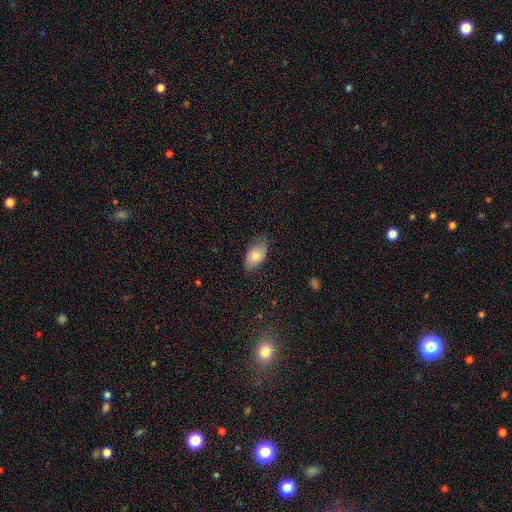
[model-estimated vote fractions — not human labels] smooth-or-featured: smooth: 78% | featured or disk: 15% | star or artifact: 7%
  how-rounded: in between: 93% | round: 6% | cigar-shaped: 2%
  merging: none: 76% | minor disturbance: 19% | major disturbance: 3% | merger: 1%